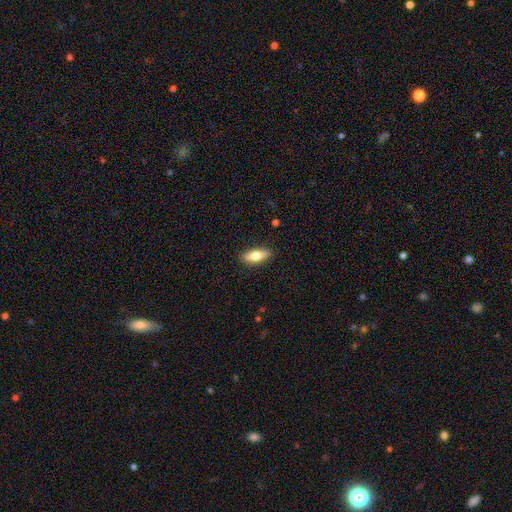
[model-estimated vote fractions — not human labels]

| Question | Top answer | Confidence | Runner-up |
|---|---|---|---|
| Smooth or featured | smooth | 69% | featured or disk (24%) |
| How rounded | in between | 69% | cigar-shaped (28%) |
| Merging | none | 88% | minor disturbance (9%) |